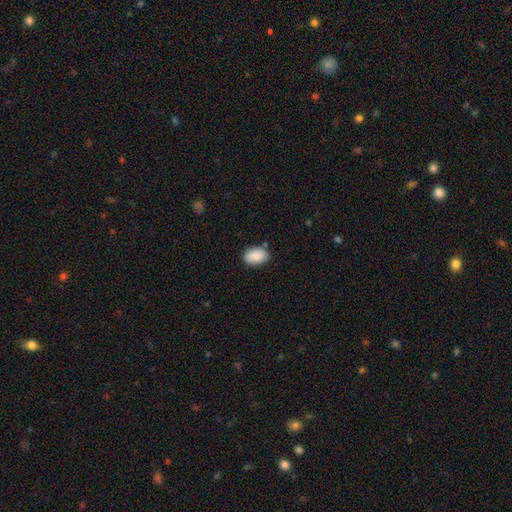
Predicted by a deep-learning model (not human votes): This is clearly a smooth galaxy (89%). How rounded: clearly in between (89%). Merging: clearly none (81%).